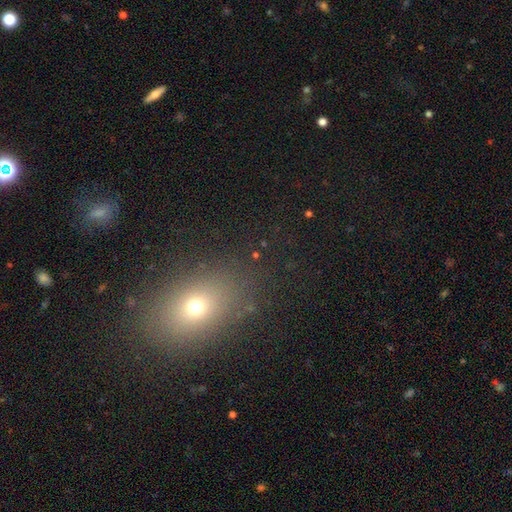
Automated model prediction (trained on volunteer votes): Overall: smooth (52%; star or artifact 34%). How rounded: round (50%; in between 46%). Merging: none (79%).